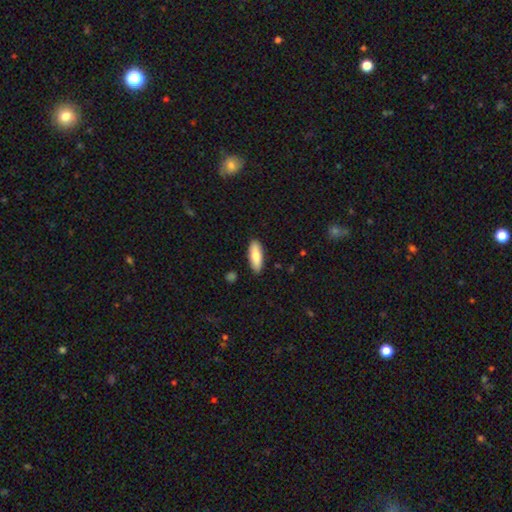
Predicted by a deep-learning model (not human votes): Morphology: type=smooth (82%); roundness=in between (68%); merging=none (88%).